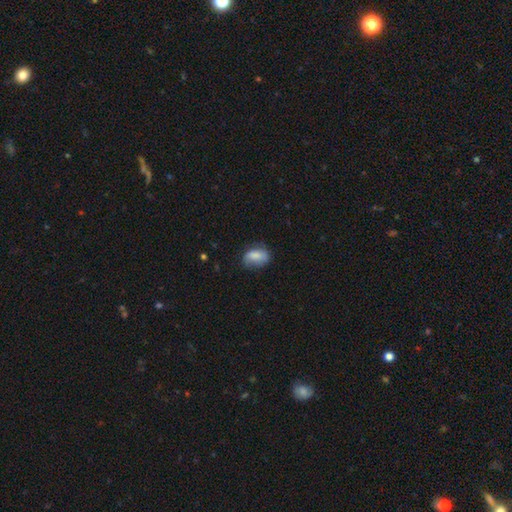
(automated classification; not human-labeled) The model was most divided on "merging": none: 57%, minor disturbance: 31%, major disturbance: 11%, merger: 2%. More confident: how rounded — in between (81%); smooth or featured — smooth (76%).